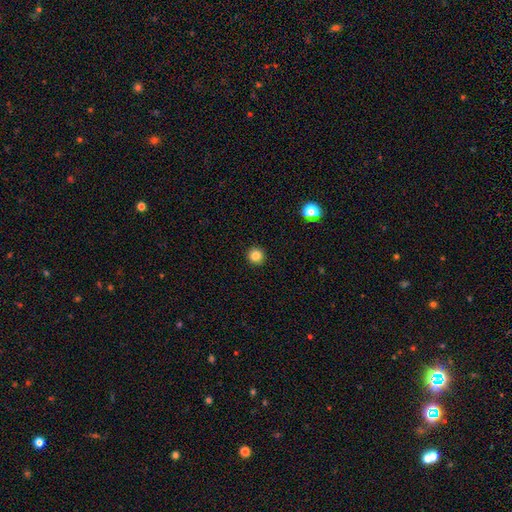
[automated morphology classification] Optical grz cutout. It shows a smooth galaxy with no disk features (83%) that is round (95%). Merging: none (94%).